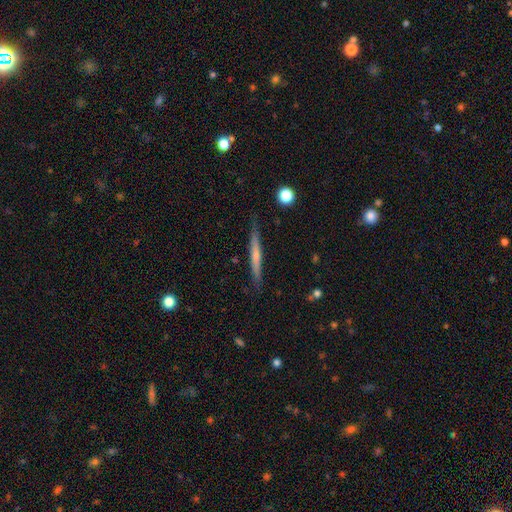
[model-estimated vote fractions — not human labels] Overall: featured or disk (48%; smooth 46%). Merging: none (86%).